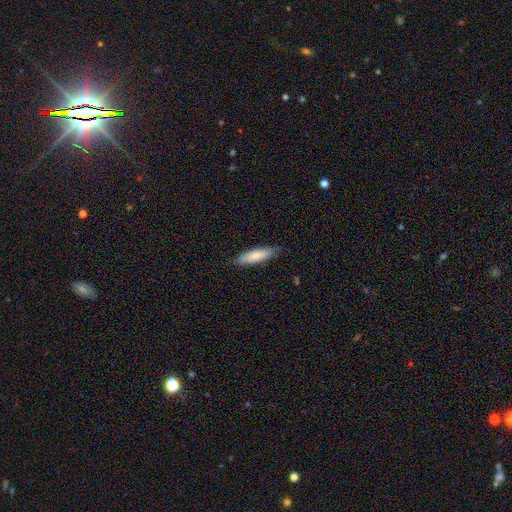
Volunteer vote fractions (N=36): This appears to be a smooth galaxy with no disk features (83%) that is cigar-shaped (67%). Merging: none (82%).